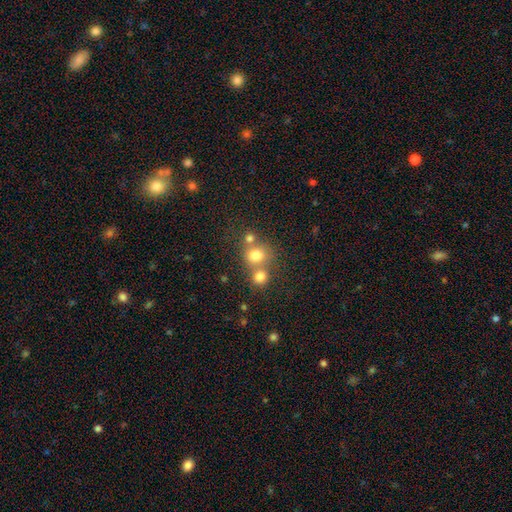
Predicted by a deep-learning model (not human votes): This appears to be a smooth galaxy with no disk features (75%) that is round (80%). Merging: none (47%).